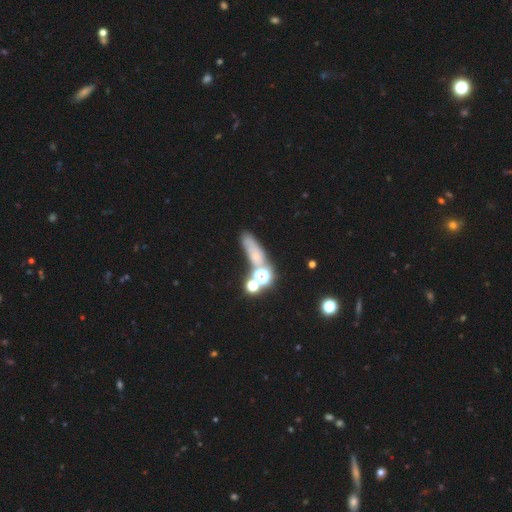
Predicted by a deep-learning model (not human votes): This is possibly a smooth galaxy (46%). Merging: possibly none (50%).